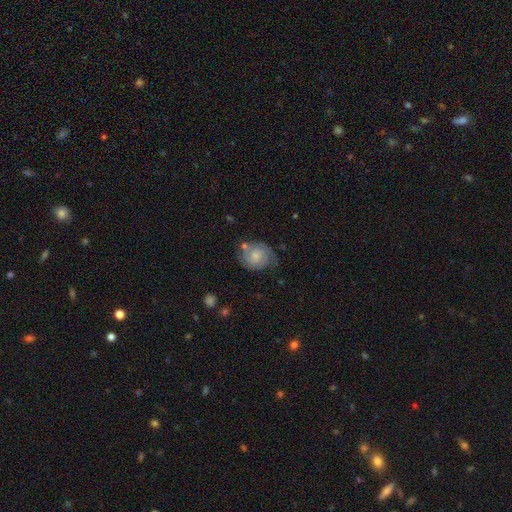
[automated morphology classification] A featured or disk galaxy (59%) with no bar (72%), 2 (49%) tight (54%) spiral arms (88%) and a small central bulge (57%). Merging: none (57%).